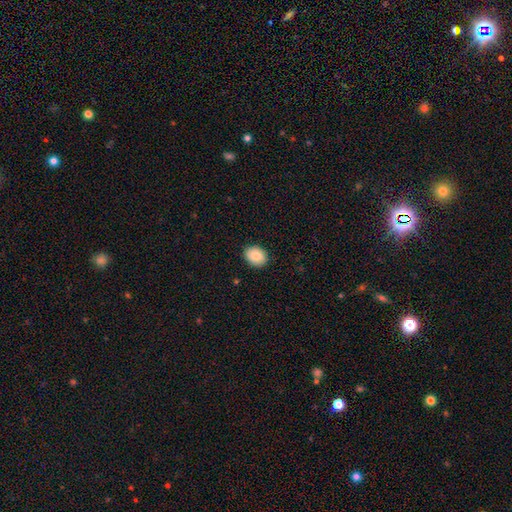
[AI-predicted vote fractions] A smooth galaxy with no disk features (85%) that is in between round and cigar-shaped (55%).

Vote fractions:
- Smooth or featured? smooth: 85% / featured or disk: 8% / star or artifact: 7%
- How rounded? in between: 55% / round: 44% / cigar-shaped: 1%
- Merging? none: 89% / minor disturbance: 9% / major disturbance: 2% / merger: 1%